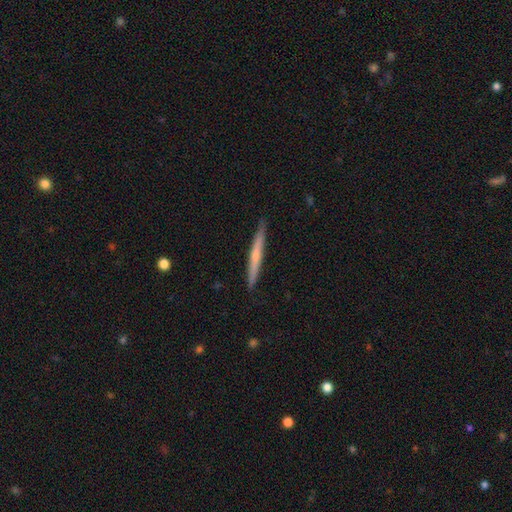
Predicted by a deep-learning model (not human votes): smooth-or-featured: featured or disk: 48% | smooth: 46% | star or artifact: 6%
  merging: none: 90% | minor disturbance: 8% | major disturbance: 1% | merger: 1%